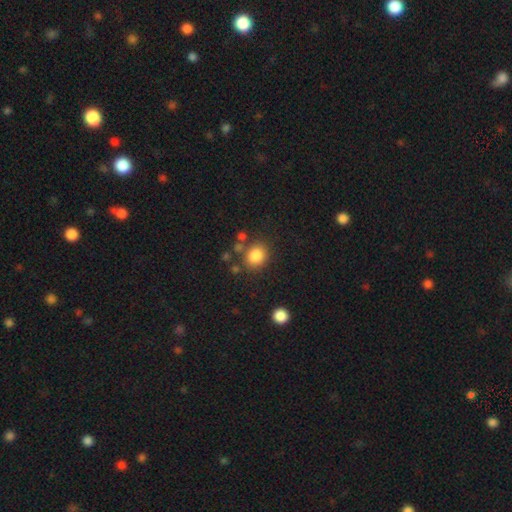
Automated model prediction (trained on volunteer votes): smooth-or-featured: smooth: 84% | star or artifact: 10% | featured or disk: 6%
  how-rounded: round: 74% | in between: 25% | cigar-shaped: 1%
  merging: none: 76% | minor disturbance: 11% | merger: 8% | major disturbance: 5%